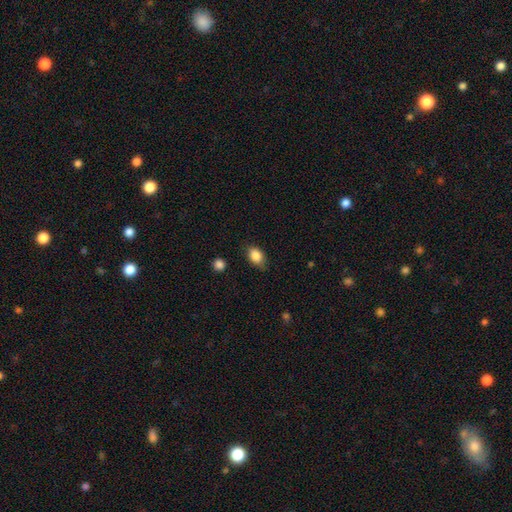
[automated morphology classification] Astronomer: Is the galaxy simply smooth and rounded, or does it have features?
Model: smooth — 86%.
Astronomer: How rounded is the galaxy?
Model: in between — 83%.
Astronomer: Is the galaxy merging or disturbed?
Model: none — 79%.